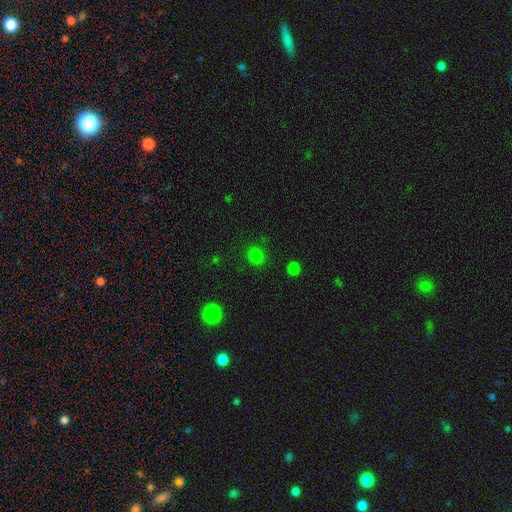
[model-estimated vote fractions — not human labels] Smooth or featured? smooth (79%)
How rounded? round (83%)
Merging? none (88%)